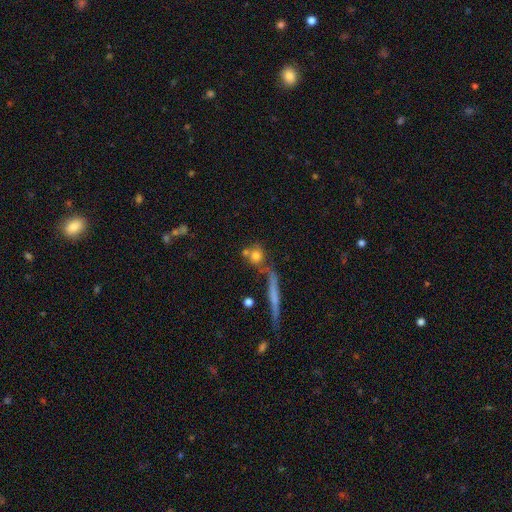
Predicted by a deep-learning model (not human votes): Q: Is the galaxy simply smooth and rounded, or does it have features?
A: smooth — 70%.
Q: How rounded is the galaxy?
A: round — 73%.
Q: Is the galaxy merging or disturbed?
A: none — 54%.